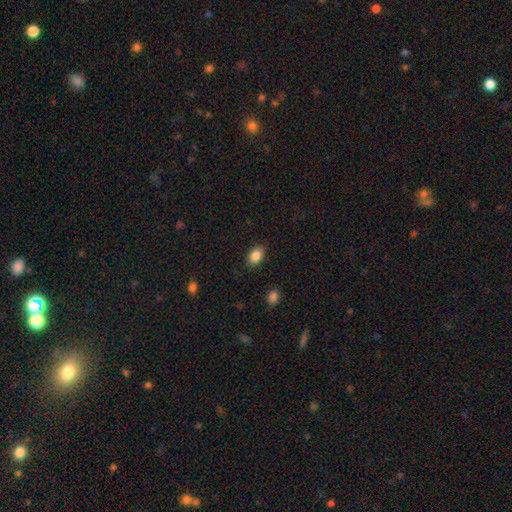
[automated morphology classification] Smooth or featured?
  - smooth: 87% *
  - star or artifact: 8%
  - featured or disk: 5%
How rounded?
  - in between: 85% *
  - round: 13%
  - cigar-shaped: 1%
Merging?
  - none: 86% *
  - minor disturbance: 10%
  - major disturbance: 3%
  - merger: 1%